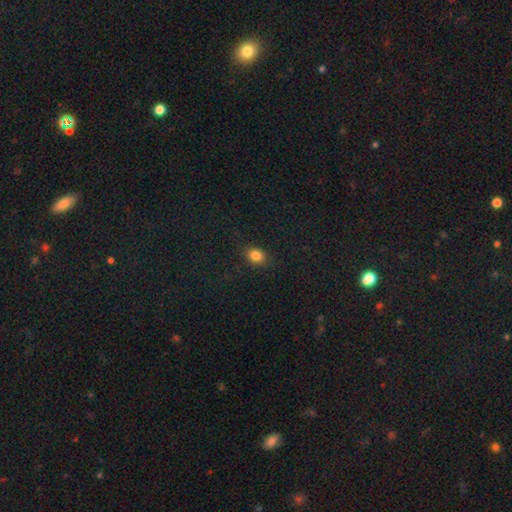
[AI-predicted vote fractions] This is clearly a smooth galaxy (83%). How rounded: likely round (64%). Merging: clearly none (88%).